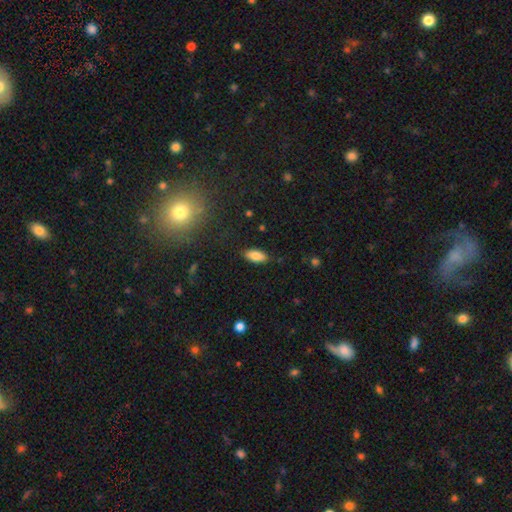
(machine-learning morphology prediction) Q: Smooth or featured?
A: smooth (83%); runner-up: featured or disk (9%)
Q: How rounded?
A: in between (89%); runner-up: cigar-shaped (8%)
Q: Merging?
A: none (86%); runner-up: minor disturbance (11%)